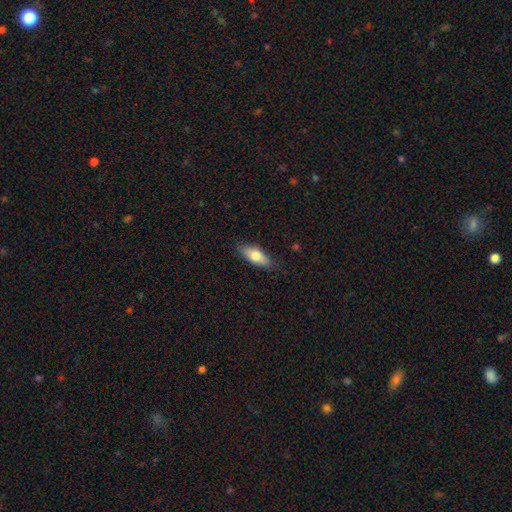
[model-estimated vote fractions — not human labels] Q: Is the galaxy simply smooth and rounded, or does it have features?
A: smooth — 72%.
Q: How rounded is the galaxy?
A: in between — 74%.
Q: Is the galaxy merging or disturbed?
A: none — 83%.